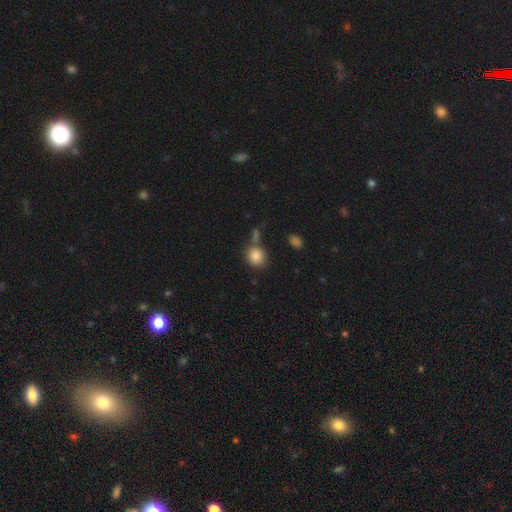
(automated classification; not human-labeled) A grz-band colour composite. It shows a smooth galaxy with no disk features (84%) that is round (72%). Merging: none (68%).